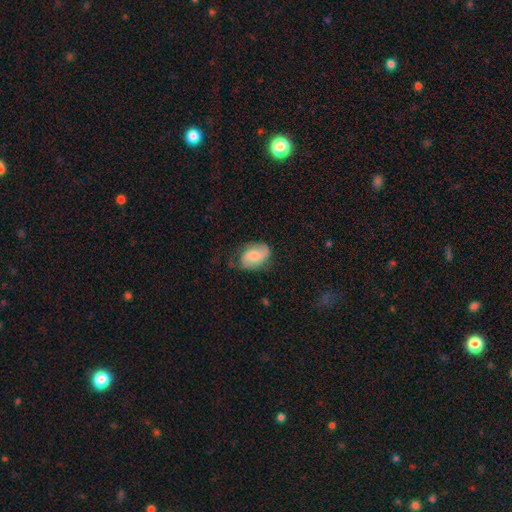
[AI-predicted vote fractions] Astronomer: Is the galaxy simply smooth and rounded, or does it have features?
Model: featured or disk — 50% (runner-up: smooth, 43%).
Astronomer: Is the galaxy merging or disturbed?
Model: none — 63%.